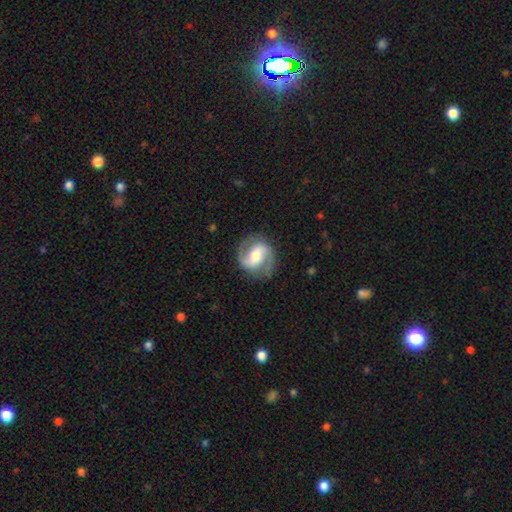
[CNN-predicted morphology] smooth_or_featured: featured or disk (p=0.84) [alt: smooth p=0.11]
disk_edge_on: no (p=0.98) [alt: yes p=0.02]
bar: weak (p=0.43) [alt: strong p=0.33]
has_spiral_arms: yes (p=0.95) [alt: no p=0.05]
spiral_winding: medium (p=0.53) [alt: loose p=0.24]
spiral_arm_count: 2 (p=0.92) [alt: can't tell p=0.03]
bulge_size: moderate (p=0.63) [alt: small p=0.18]
merging: none (p=0.83) [alt: minor disturbance p=0.11]